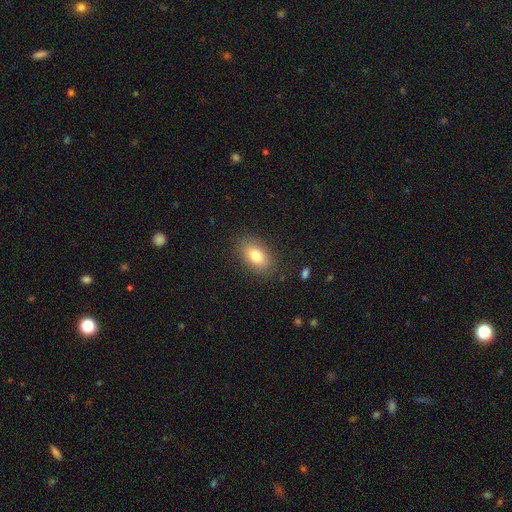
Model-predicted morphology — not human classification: smooth 79%, featured or disk 12%, star or artifact 8%. Down the decision tree: how rounded — in between (88%); merging — none (85%).